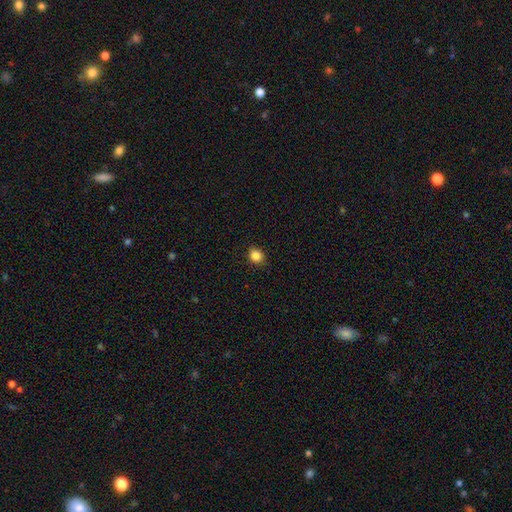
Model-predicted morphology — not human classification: smooth_or_featured: smooth (p=0.85) [alt: star or artifact p=0.11]
how_rounded: round (p=0.68) [alt: in between p=0.31]
merging: none (p=0.87) [alt: minor disturbance p=0.10]